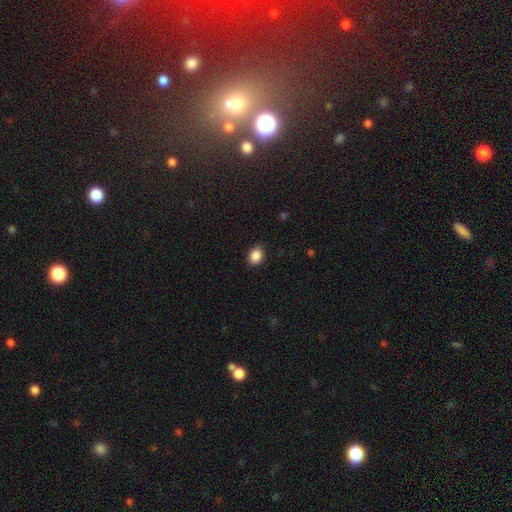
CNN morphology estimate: The model was most divided on "how rounded": in between: 69%, round: 30%, cigar-shaped: 1%. More confident: smooth or featured — smooth (88%); merging — none (83%).